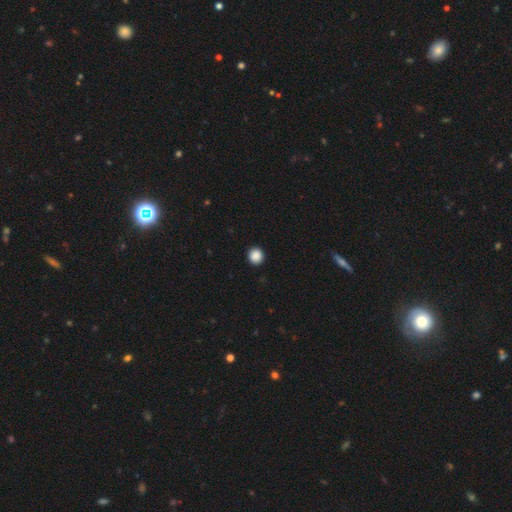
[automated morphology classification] smooth_or_featured: smooth (p=0.89) [alt: star or artifact p=0.09]
how_rounded: round (p=0.92) [alt: in between p=0.08]
merging: none (p=0.93) [alt: minor disturbance p=0.04]